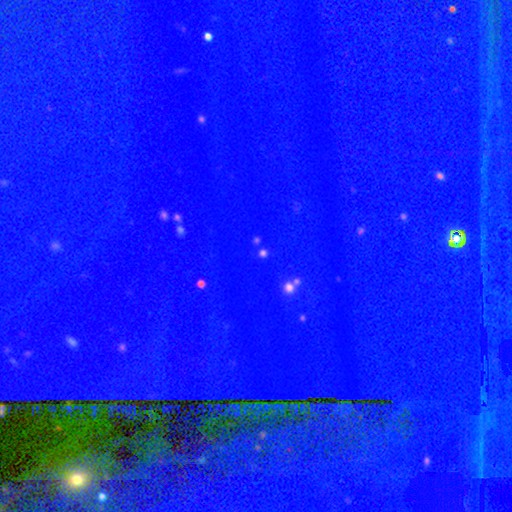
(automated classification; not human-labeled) smooth-or-featured: star or artifact: 89% | featured or disk: 7% | smooth: 4%